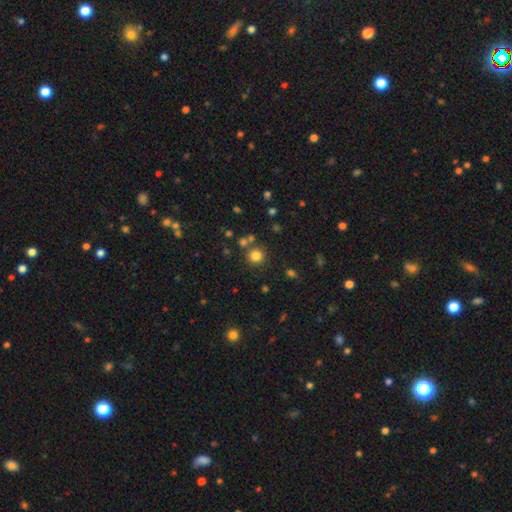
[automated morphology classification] A smooth galaxy with no disk features (79%) that is round (93%).

Vote fractions:
- Smooth or featured? smooth: 79% / star or artifact: 15% / featured or disk: 6%
- How rounded? round: 93% / in between: 6% / cigar-shaped: 1%
- Merging? none: 78% / merger: 11% / minor disturbance: 8% / major disturbance: 3%